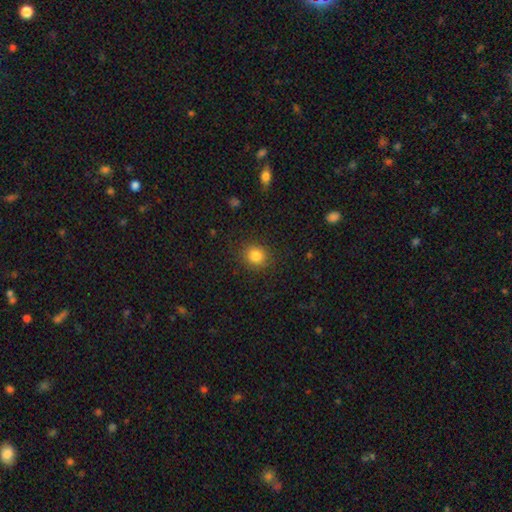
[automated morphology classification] Smooth or featured: smooth — 84% (star or artifact — 11%)
How rounded: round — 83% (in between — 16%)
Merging: none — 88% (minor disturbance — 8%)